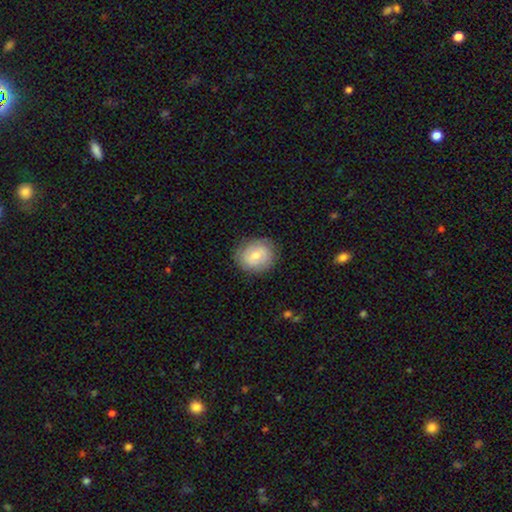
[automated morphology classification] Q: Smooth or featured?
A: smooth (65%); runner-up: featured or disk (28%)
Q: How rounded?
A: round (63%); runner-up: in between (36%)
Q: Merging?
A: none (82%); runner-up: minor disturbance (13%)